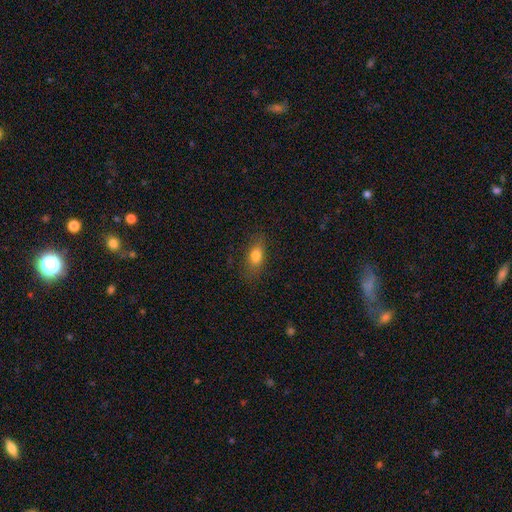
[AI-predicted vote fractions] smooth-or-featured: smooth: 79% | featured or disk: 12% | star or artifact: 10%
  how-rounded: in between: 80% | round: 11% | cigar-shaped: 9%
  merging: none: 80% | minor disturbance: 14% | major disturbance: 5% | merger: 1%